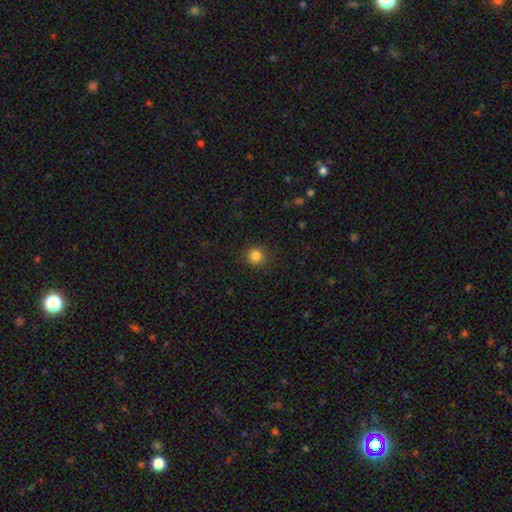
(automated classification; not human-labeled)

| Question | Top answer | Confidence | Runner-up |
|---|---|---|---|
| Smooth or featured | smooth | 84% | star or artifact (12%) |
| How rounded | round | 92% | in between (7%) |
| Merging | none | 89% | minor disturbance (7%) |